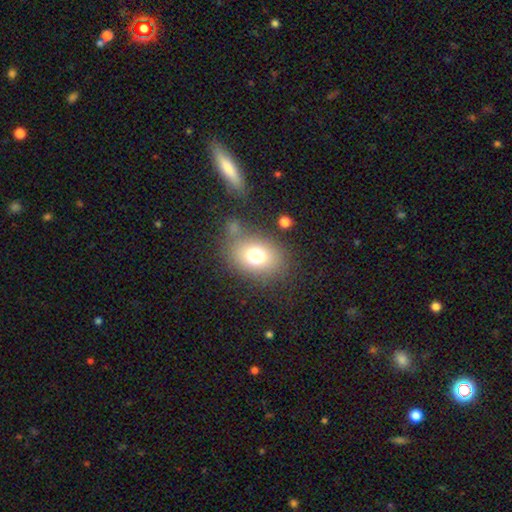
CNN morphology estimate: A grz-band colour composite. It shows a smooth galaxy with no disk features (73%) that is in between round and cigar-shaped (62%). Merging: none (69%).